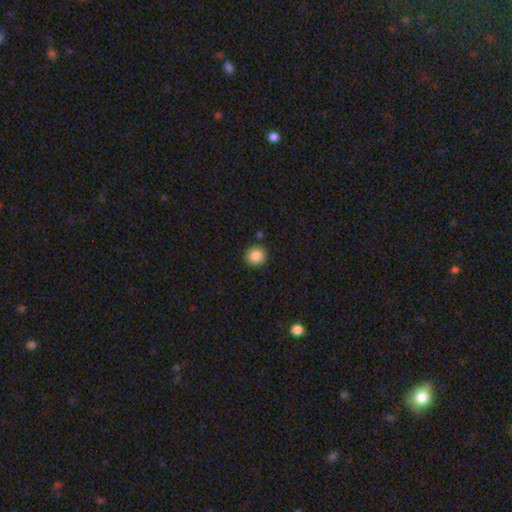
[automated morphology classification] Smooth or featured? smooth (87%)
How rounded? round (91%)
Merging? none (88%)